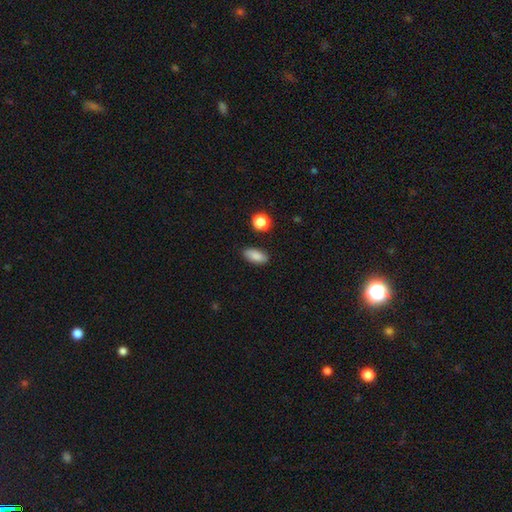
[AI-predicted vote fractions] Smooth or featured: smooth — 85% (star or artifact — 8%)
How rounded: in between — 88% (cigar-shaped — 7%)
Merging: none — 84% (minor disturbance — 12%)